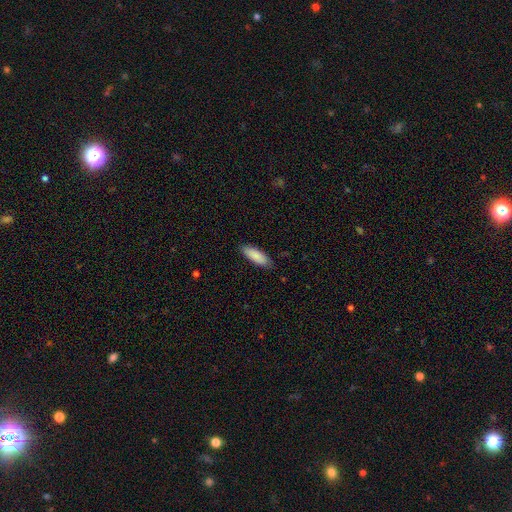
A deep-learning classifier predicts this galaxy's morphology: A smooth galaxy with no disk features (88%) that is in between round and cigar-shaped (60%). Merging: none (86%).